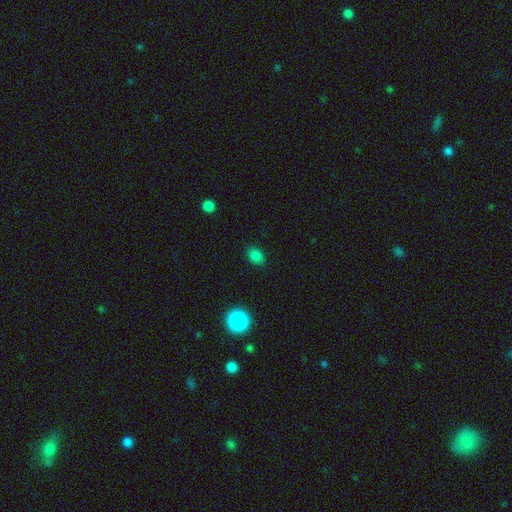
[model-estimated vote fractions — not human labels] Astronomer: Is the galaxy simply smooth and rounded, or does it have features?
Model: smooth — 80%.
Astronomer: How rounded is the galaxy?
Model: in between — 60% (runner-up: round, 39%).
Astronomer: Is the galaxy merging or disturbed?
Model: none — 86%.